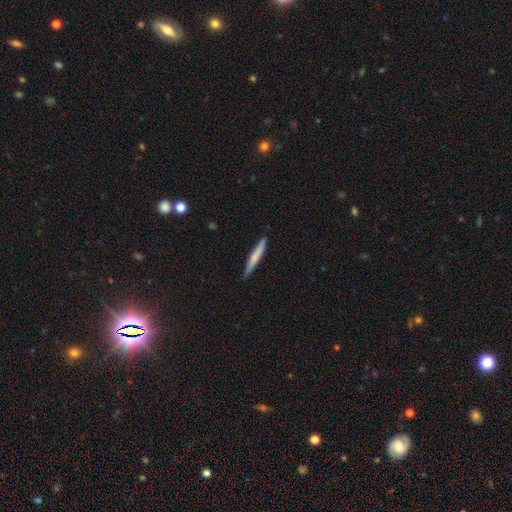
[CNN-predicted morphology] The model was most divided on "smooth or featured": smooth: 70%, featured or disk: 25%, star or artifact: 5%. More confident: how rounded — cigar-shaped (96%); merging — none (91%).